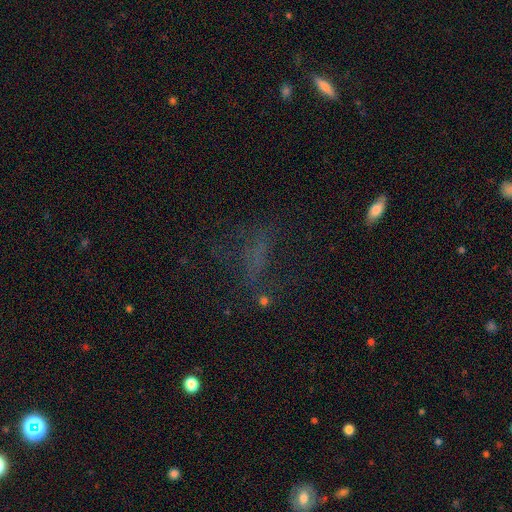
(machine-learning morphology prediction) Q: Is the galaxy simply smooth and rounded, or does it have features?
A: smooth — 40%.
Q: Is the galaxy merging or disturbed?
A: none — 52%.